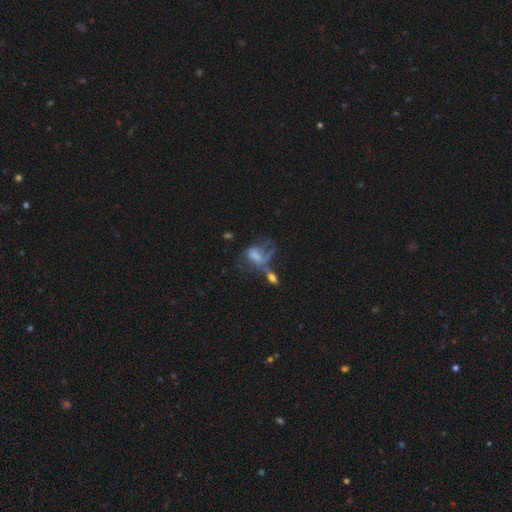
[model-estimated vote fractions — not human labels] A featured or disk galaxy (44%). Merging: major disturbance (43%).